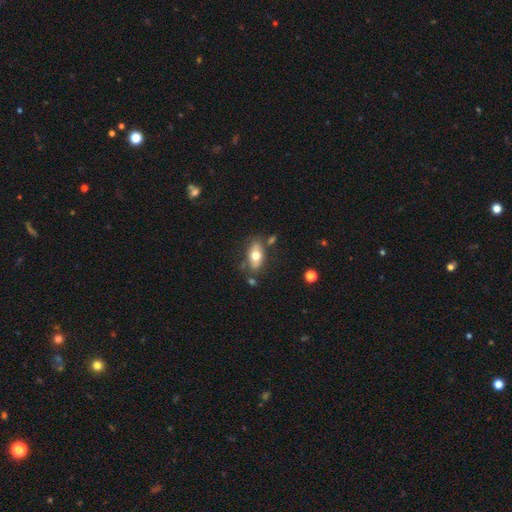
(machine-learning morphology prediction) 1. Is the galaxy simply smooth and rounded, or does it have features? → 65% smooth, 28% featured or disk, 7% star or artifact.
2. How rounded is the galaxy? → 86% in between, 9% cigar-shaped, 5% round.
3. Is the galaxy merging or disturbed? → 70% none, 17% minor disturbance, 8% merger, 5% major disturbance.